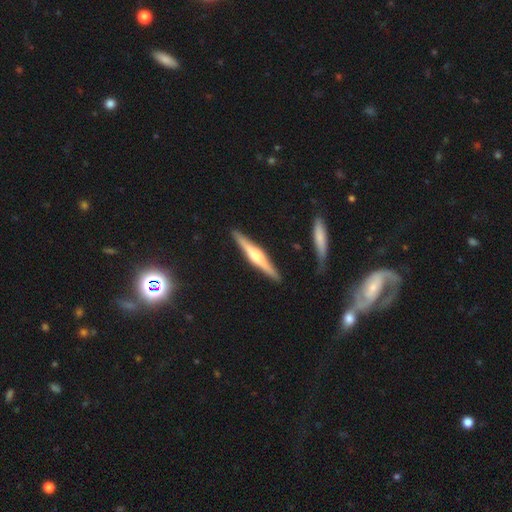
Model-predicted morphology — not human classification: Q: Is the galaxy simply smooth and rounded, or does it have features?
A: featured or disk — 69%.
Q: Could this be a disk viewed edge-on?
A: yes — 98%.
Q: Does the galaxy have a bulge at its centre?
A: rounded — 80%.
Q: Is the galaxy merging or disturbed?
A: none — 90%.